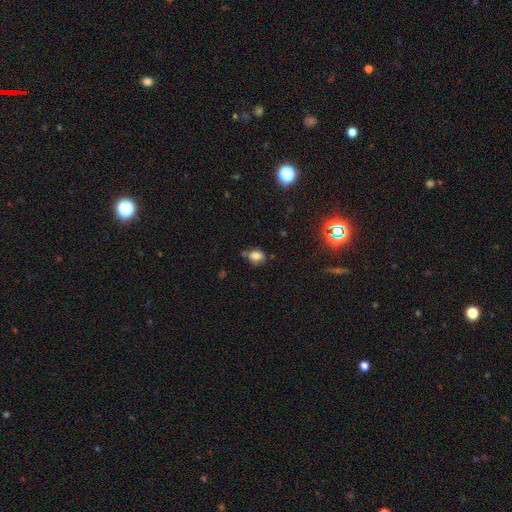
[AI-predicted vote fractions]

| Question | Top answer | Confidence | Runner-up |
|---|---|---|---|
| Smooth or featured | smooth | 75% | star or artifact (14%) |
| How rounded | in between | 61% | round (37%) |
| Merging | none | 56% | minor disturbance (26%) |